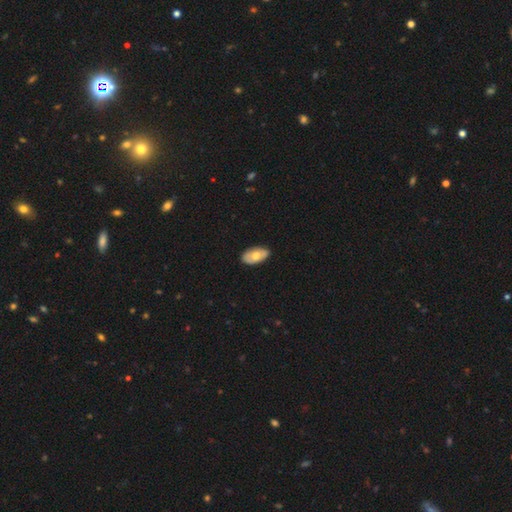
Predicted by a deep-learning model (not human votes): Overall: smooth (61%; featured or disk 33%). How rounded: in between (93%). Merging: none (81%).